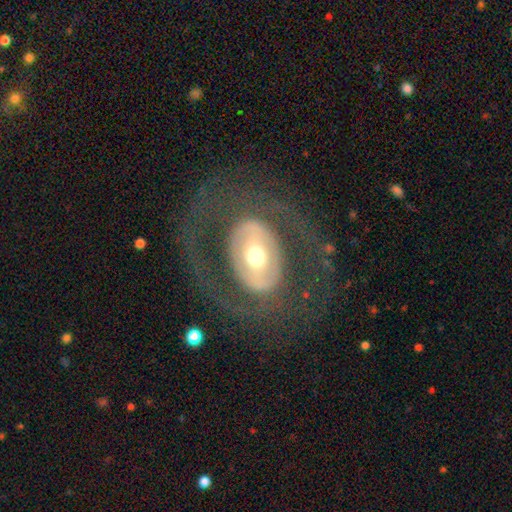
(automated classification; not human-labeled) This is likely a featured or disk galaxy (65%). It is clearly not viewed edge-on (92%). Bar: possibly no (54%). Spiral arm pattern: likely no (67%). Central bulge: likely moderate (65%). Merging: likely none (70%).